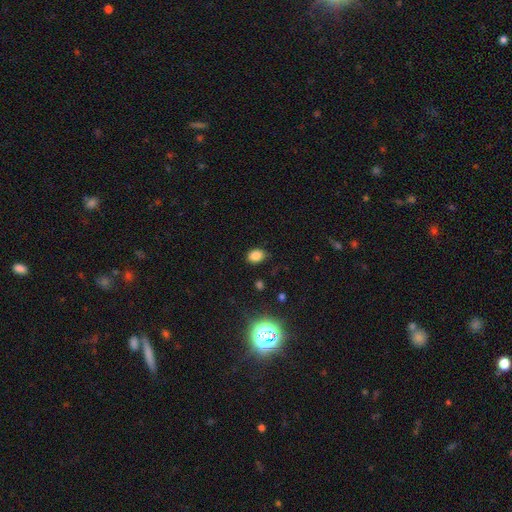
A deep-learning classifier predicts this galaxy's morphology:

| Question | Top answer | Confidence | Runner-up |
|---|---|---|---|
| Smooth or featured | smooth | 80% | star or artifact (14%) |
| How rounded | in between | 69% | round (30%) |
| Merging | none | 81% | minor disturbance (14%) |